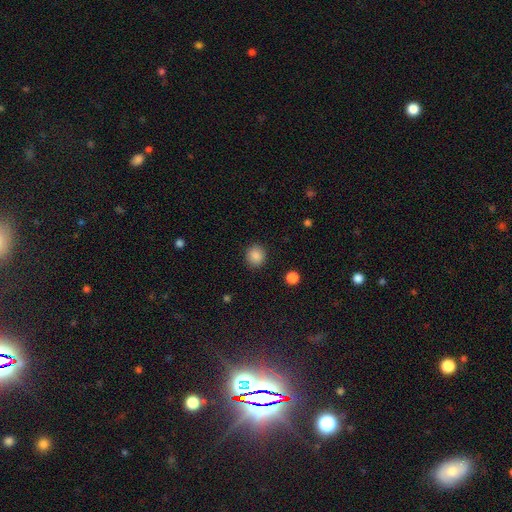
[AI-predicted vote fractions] smooth 87%, star or artifact 9%, featured or disk 3%. Down the decision tree: how rounded — round (88%); merging — none (91%).